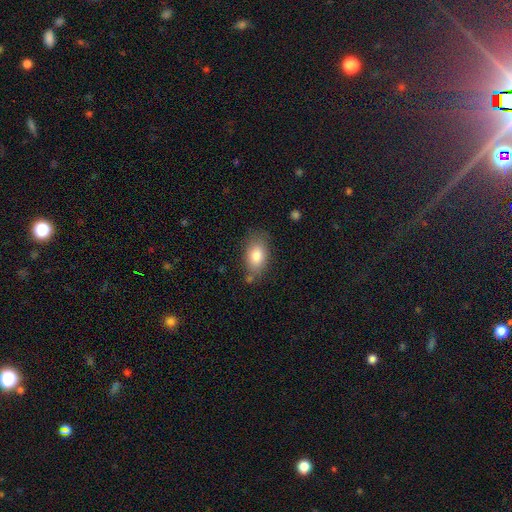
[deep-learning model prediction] smooth 79%, featured or disk 13%, star or artifact 8%. Down the decision tree: how rounded — in between (87%); merging — none (70%).